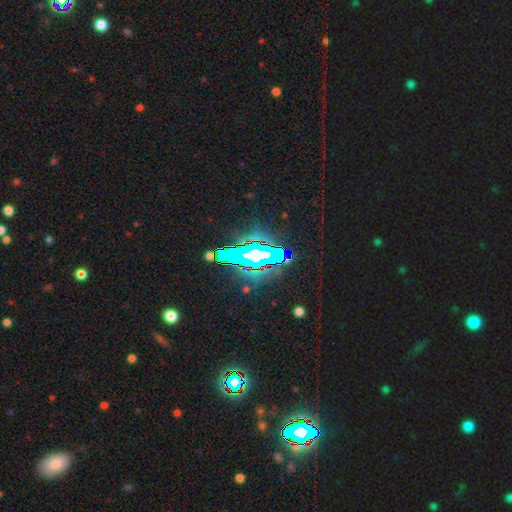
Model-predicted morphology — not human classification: The model was most divided on "smooth or featured": star or artifact: 69%, featured or disk: 16%, smooth: 16%.